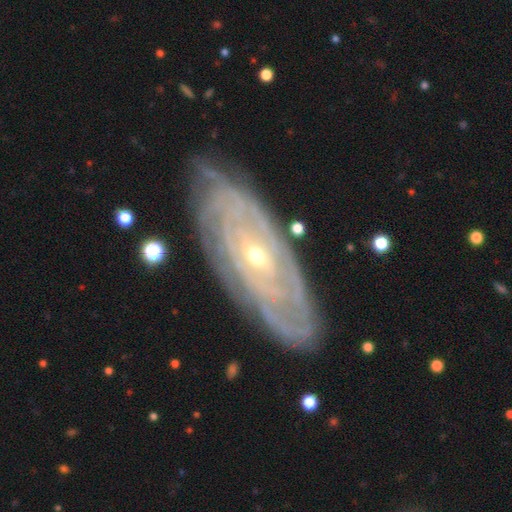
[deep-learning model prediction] Smooth or featured? Predicted: featured or disk (p=0.88). Edge-on disk? Predicted: no (p=0.90). Bar? Predicted: no (p=0.63). Spiral arms? Predicted: yes (p=0.95). Spiral winding? Predicted: tight (p=0.85). Spiral arm count? Predicted: can't tell (p=0.42). Bulge size? Predicted: small (p=0.70). Merging? Predicted: none (p=0.82).